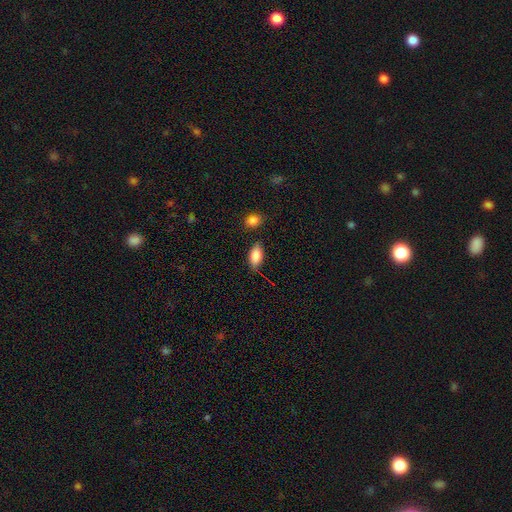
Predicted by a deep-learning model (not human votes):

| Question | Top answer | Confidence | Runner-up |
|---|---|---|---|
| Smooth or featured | smooth | 85% | featured or disk (8%) |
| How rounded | in between | 91% | cigar-shaped (5%) |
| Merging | none | 72% | minor disturbance (19%) |